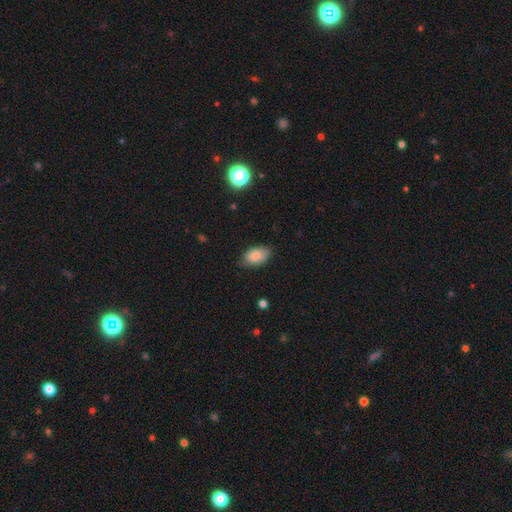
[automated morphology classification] smooth_or_featured: smooth (p=0.85) [alt: featured or disk p=0.07]
how_rounded: in between (p=0.93) [alt: round p=0.06]
merging: none (p=0.79) [alt: minor disturbance p=0.17]